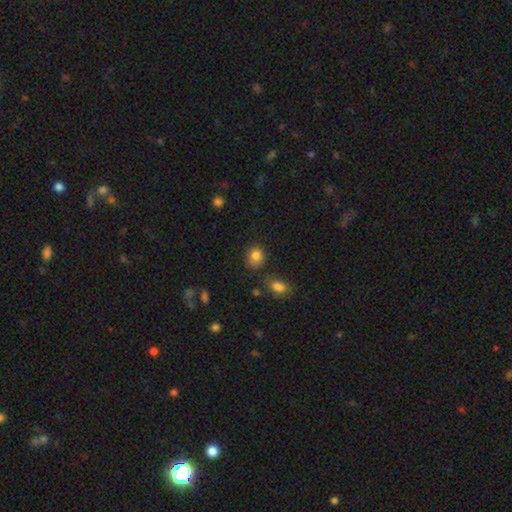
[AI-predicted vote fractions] A smooth galaxy with no disk features (83%) that is round (65%). Merging: none (71%).